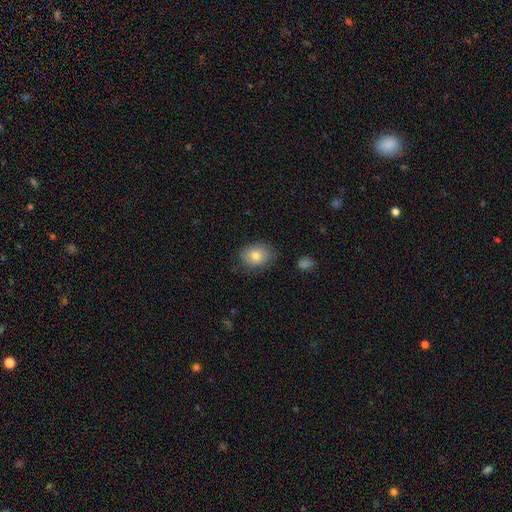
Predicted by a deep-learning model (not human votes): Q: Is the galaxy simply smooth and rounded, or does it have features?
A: smooth — 78%.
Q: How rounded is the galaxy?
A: in between — 60%.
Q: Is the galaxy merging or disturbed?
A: none — 80%.